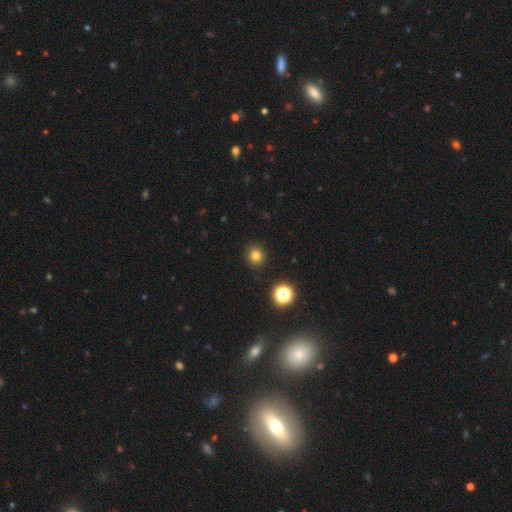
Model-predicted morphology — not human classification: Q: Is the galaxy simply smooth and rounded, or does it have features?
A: smooth — 77%.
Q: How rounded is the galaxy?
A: round — 91%.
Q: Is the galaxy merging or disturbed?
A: none — 91%.